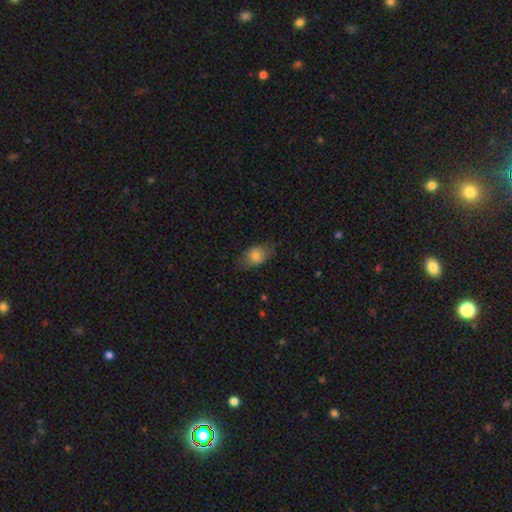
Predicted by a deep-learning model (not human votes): Smooth or featured: smooth — 77% (featured or disk — 14%)
How rounded: in between — 76% (round — 22%)
Merging: none — 71% (minor disturbance — 21%)